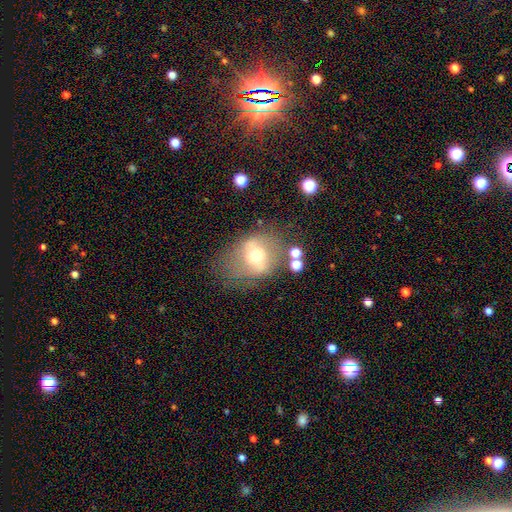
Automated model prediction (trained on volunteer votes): Morphology: type=featured or disk (47%); merging=none (58%).